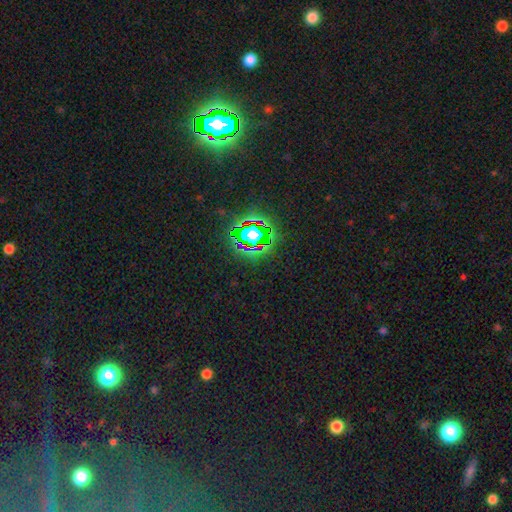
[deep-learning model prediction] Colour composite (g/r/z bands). It shows a star or artifact, not a galaxy (82%).